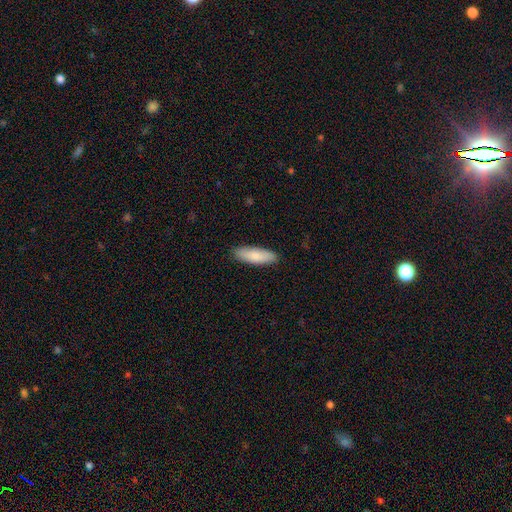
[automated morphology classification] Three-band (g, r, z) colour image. It shows a smooth galaxy with no disk features (84%) that is in between round and cigar-shaped (51%). Merging: none (89%).